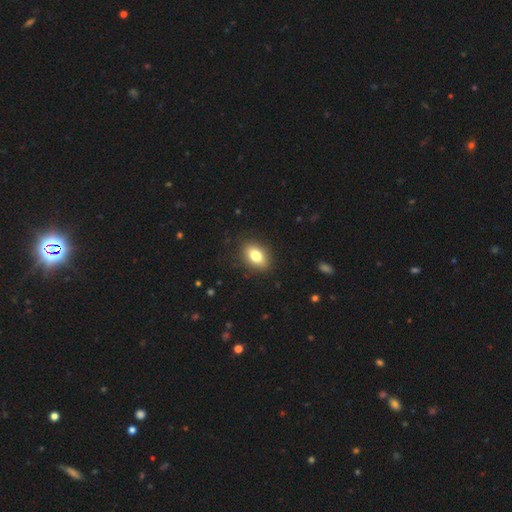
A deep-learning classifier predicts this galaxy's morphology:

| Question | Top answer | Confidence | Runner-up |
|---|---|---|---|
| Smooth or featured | smooth | 80% | featured or disk (12%) |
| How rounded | in between | 83% | round (15%) |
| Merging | none | 88% | minor disturbance (9%) |